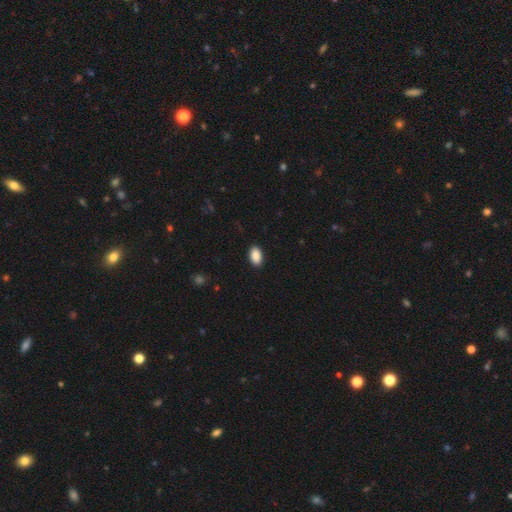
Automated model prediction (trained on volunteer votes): smooth_or_featured: smooth (p=0.90) [alt: star or artifact p=0.07]
how_rounded: in between (p=0.93) [alt: round p=0.06]
merging: none (p=0.90) [alt: minor disturbance p=0.07]